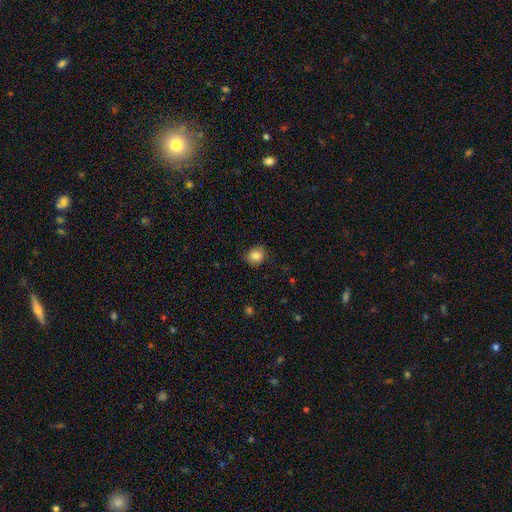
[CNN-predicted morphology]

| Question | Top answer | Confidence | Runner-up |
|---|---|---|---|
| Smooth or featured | smooth | 84% | star or artifact (10%) |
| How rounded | round | 65% | in between (34%) |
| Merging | none | 80% | minor disturbance (15%) |